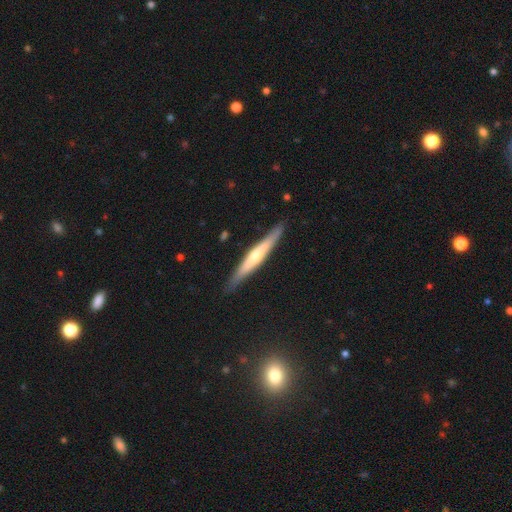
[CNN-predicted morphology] smooth_or_featured: featured or disk (p=0.58) [alt: smooth p=0.37]
disk_edge_on: yes (p=0.96) [alt: no p=0.04]
edge_on_bulge: rounded (p=0.70) [alt: none p=0.22]
merging: none (p=0.88) [alt: minor disturbance p=0.09]